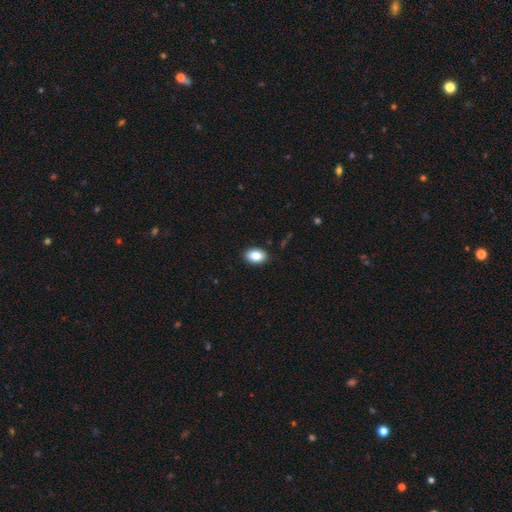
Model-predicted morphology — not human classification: Q: Smooth or featured?
A: smooth (87%); runner-up: star or artifact (8%)
Q: How rounded?
A: in between (90%); runner-up: round (9%)
Q: Merging?
A: none (89%); runner-up: minor disturbance (8%)